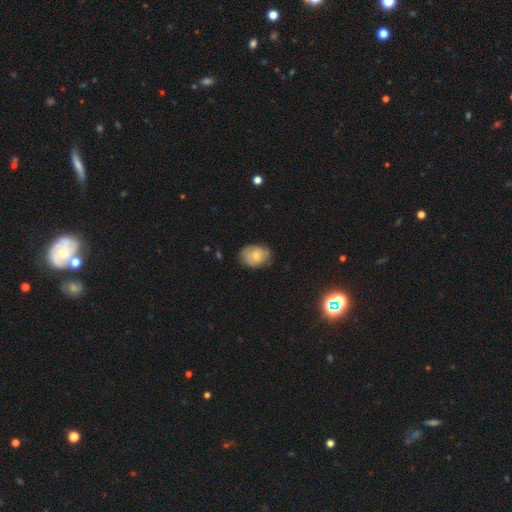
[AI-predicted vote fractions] Smooth or featured? featured or disk (51%)
Edge-on disk? no (97%)
Merging? none (71%)